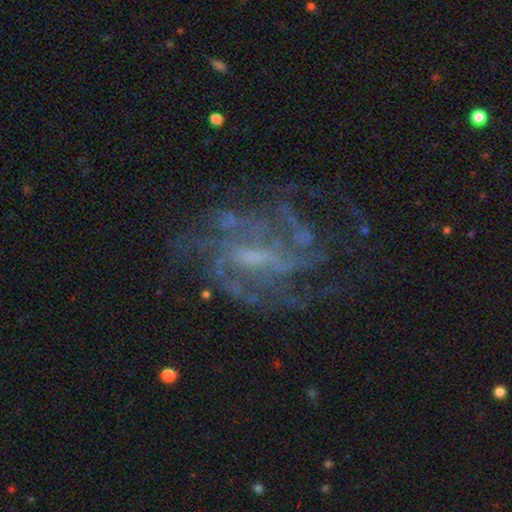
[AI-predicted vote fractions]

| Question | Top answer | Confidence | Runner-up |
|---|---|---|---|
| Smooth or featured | featured or disk | 85% | star or artifact (9%) |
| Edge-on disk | no | 96% | yes (4%) |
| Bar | weak | 51% | no (27%) |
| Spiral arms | yes | 91% | no (9%) |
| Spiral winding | medium | 45% | tight (38%) |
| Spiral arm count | can't tell | 31% | 4 (24%) |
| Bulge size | small | 41% | moderate (31%) |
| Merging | none | 63% | major disturbance (19%) |